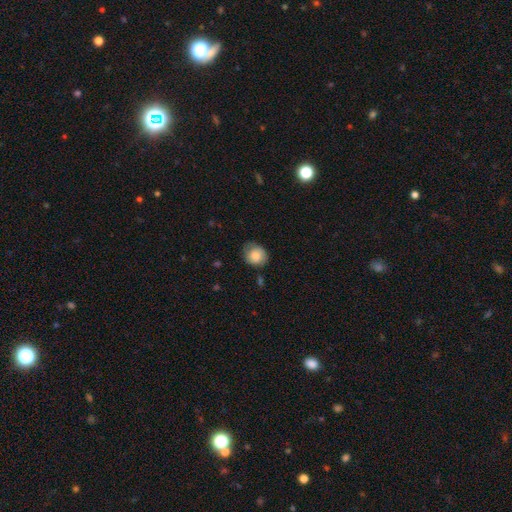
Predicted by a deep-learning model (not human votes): This is likely a smooth galaxy (79%). How rounded: likely round (72%). Merging: likely none (69%).